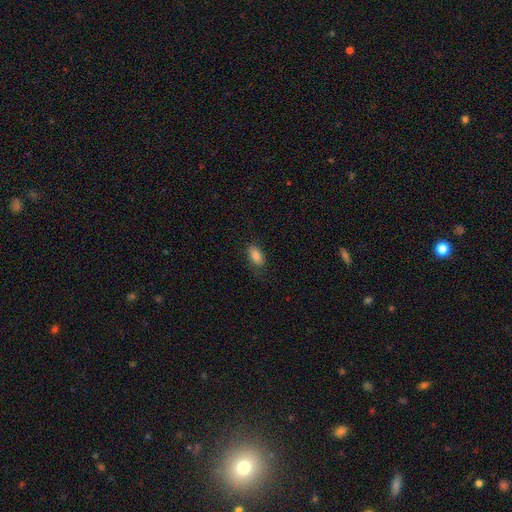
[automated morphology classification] A smooth galaxy with no disk features (86%) that is in between round and cigar-shaped (89%).

Vote fractions:
- Smooth or featured? smooth: 86% / star or artifact: 8% / featured or disk: 6%
- How rounded? in between: 89% / cigar-shaped: 7% / round: 3%
- Merging? none: 79% / minor disturbance: 16% / major disturbance: 4% / merger: 1%